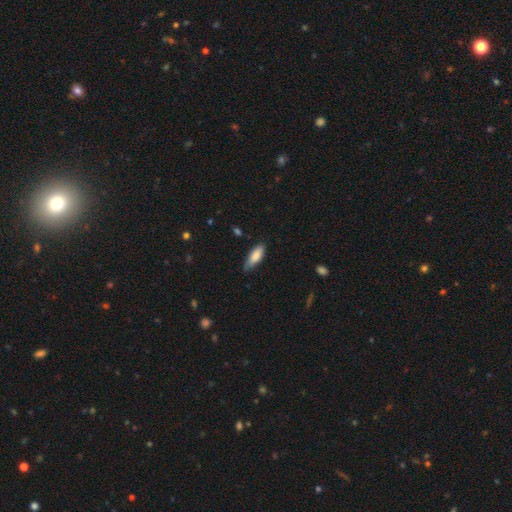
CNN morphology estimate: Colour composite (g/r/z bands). It shows a smooth galaxy with no disk features (83%) that is in between round and cigar-shaped (64%). Merging: none (69%).